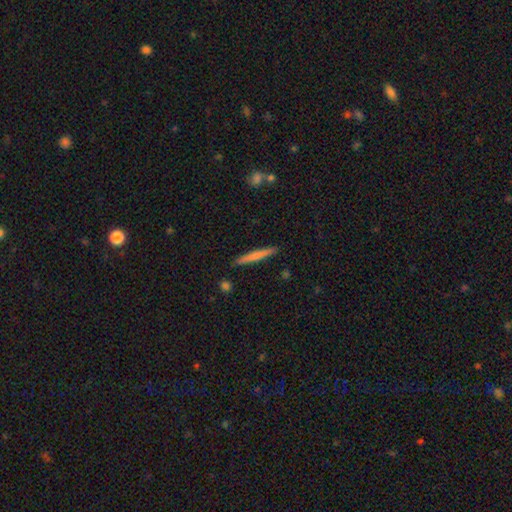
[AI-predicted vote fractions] Smooth or featured?
  - smooth: 59% *
  - featured or disk: 35%
  - star or artifact: 6%
How rounded?
  - cigar-shaped: 95% *
  - in between: 3%
  - round: 2%
Merging?
  - none: 90% *
  - minor disturbance: 7%
  - merger: 2%
  - major disturbance: 1%